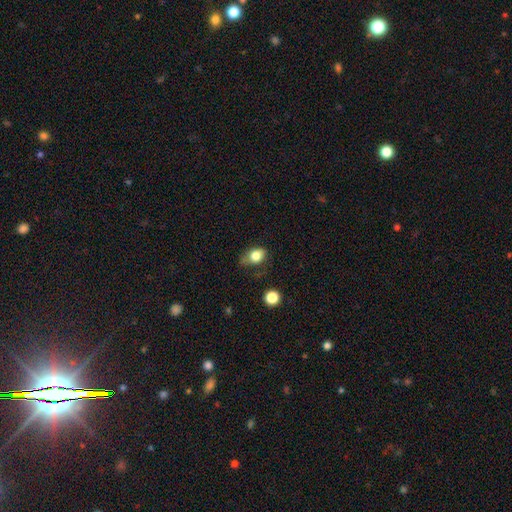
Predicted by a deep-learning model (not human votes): A smooth galaxy with no disk features (80%) that is in between round and cigar-shaped (67%). Merging: none (49%).